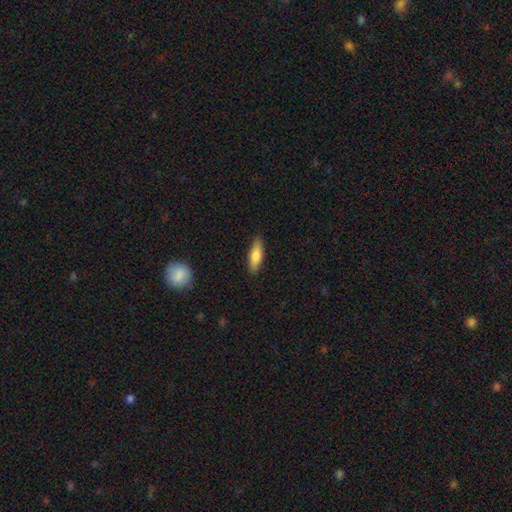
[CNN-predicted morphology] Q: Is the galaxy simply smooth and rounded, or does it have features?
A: smooth — 76%.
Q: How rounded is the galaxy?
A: in between — 53%.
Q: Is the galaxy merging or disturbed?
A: none — 86%.